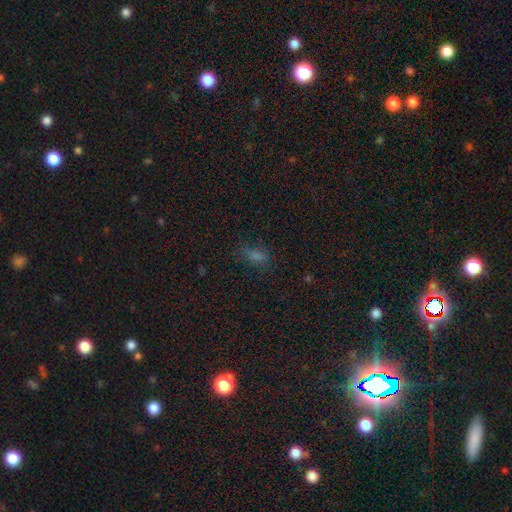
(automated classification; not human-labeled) smooth 59%, star or artifact 32%, featured or disk 9%. Down the decision tree: how rounded — in between (76%); merging — none (63%).